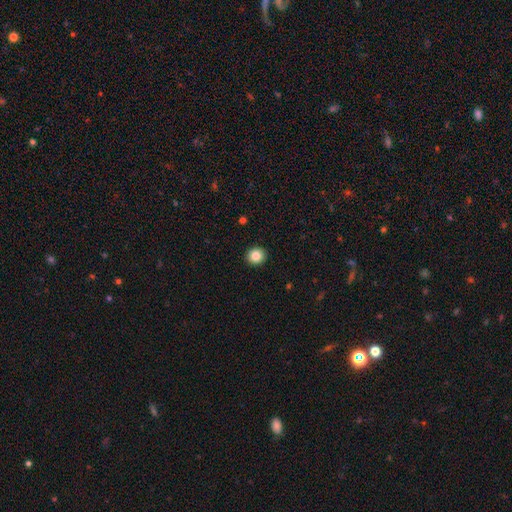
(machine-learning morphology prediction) smooth 85%, star or artifact 10%, featured or disk 6%. Down the decision tree: how rounded — round (86%); merging — none (93%).